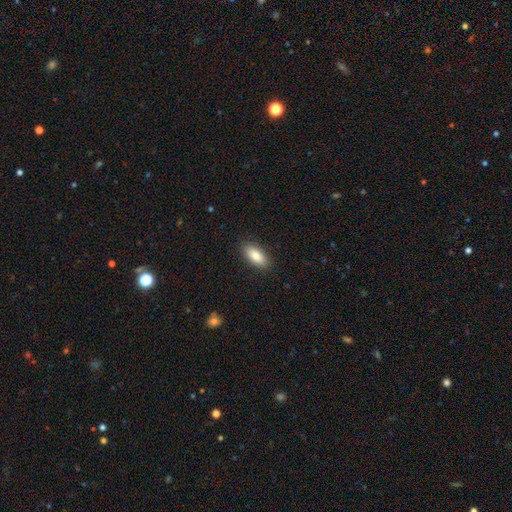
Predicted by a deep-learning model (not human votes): Smooth or featured: smooth — 86% (featured or disk — 7%)
How rounded: in between — 86% (cigar-shaped — 11%)
Merging: none — 88% (minor disturbance — 9%)